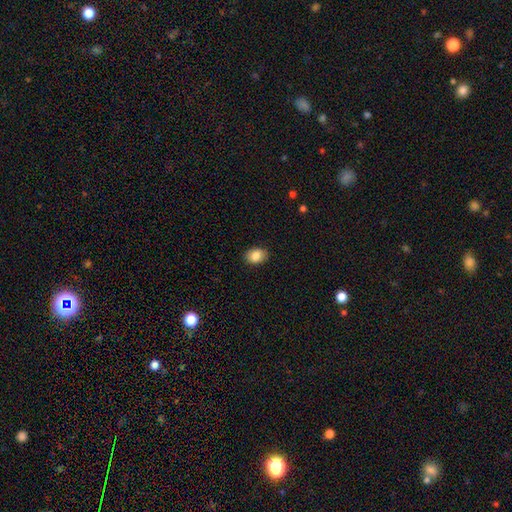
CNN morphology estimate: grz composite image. It shows a smooth galaxy with no disk features (86%) that is in between round and cigar-shaped (75%). Merging: none (88%).